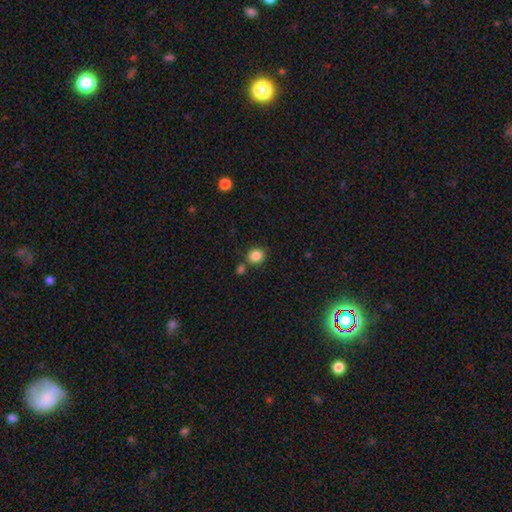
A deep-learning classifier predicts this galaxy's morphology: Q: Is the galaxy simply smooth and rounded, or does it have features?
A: smooth — 86%.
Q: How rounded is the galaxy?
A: round — 77%.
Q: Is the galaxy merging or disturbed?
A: none — 76%.